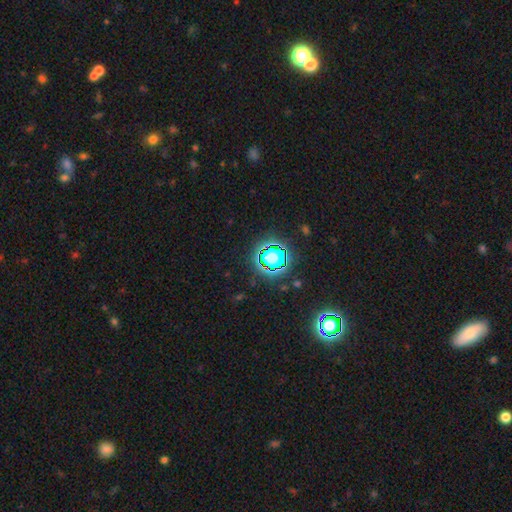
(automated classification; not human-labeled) A star or artifact, not a galaxy (81%).